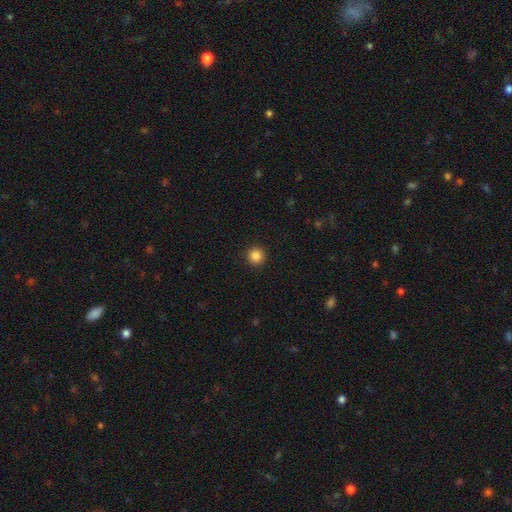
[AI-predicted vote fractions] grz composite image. It shows a smooth galaxy with no disk features (86%) that is round (96%). Merging: none (93%).